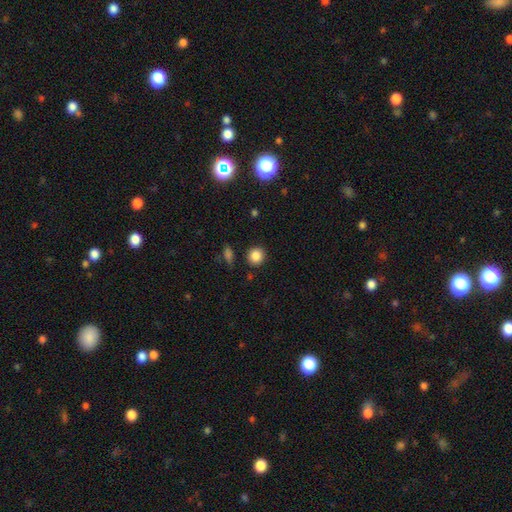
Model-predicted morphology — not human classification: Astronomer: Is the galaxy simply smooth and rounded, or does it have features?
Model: smooth — 86%.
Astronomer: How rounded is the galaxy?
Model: round — 87%.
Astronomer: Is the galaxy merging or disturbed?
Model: none — 88%.